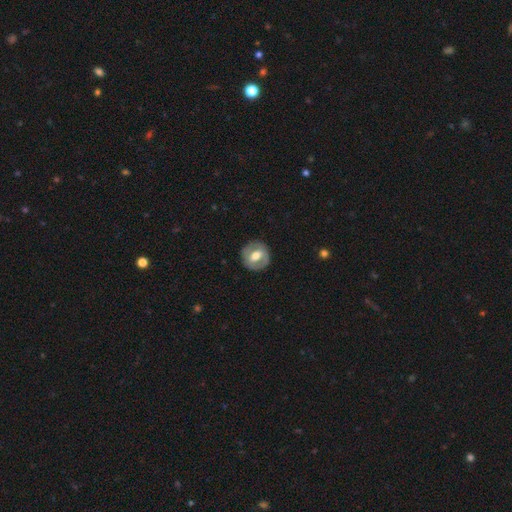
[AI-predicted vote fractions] Morphology: type=featured or disk (58%); edge-on=no (95%); bar=weak (44%); spiral arms=no (55%); bulge=moderate (70%); merging=none (85%).